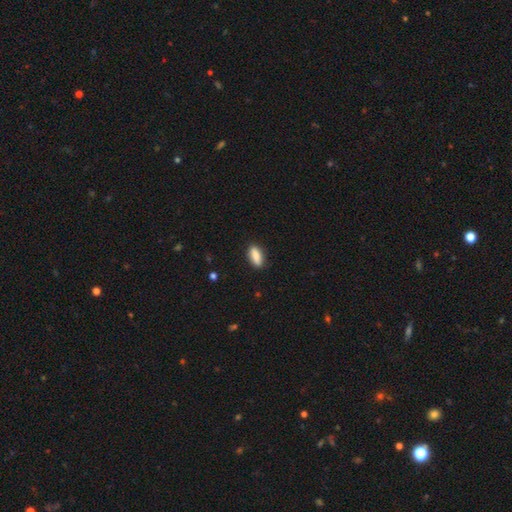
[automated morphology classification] type=smooth (86%); roundness=in between (73%); merging=none (86%).